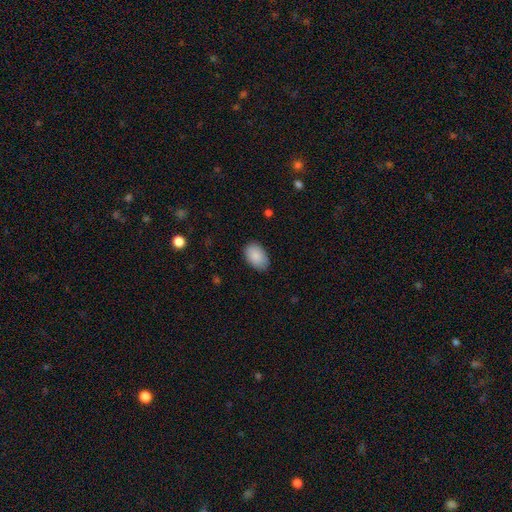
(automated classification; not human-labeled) The model was most divided on "merging": none: 84%, minor disturbance: 13%, major disturbance: 2%, merger: 1%. More confident: how rounded — in between (91%); smooth or featured — smooth (88%).